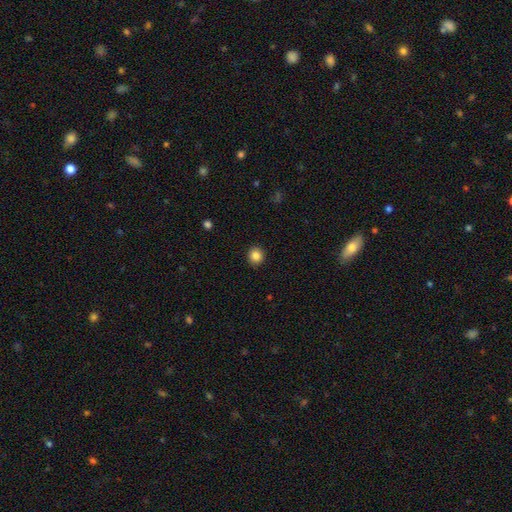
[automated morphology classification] A smooth galaxy with no disk features (86%) that is round (88%). Merging: none (91%).